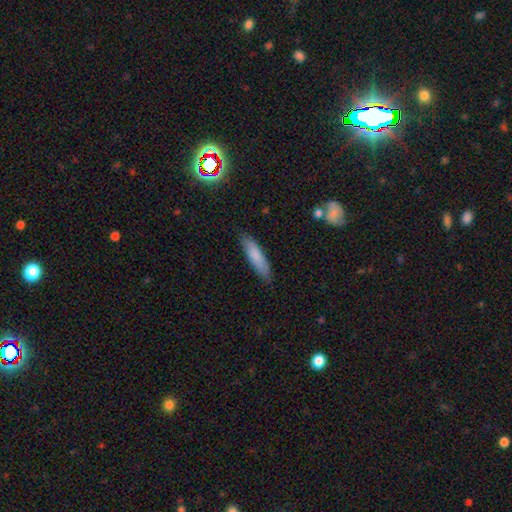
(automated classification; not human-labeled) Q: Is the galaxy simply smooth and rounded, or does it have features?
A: smooth — 80%.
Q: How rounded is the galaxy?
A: cigar-shaped — 72%.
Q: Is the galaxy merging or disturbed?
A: none — 84%.